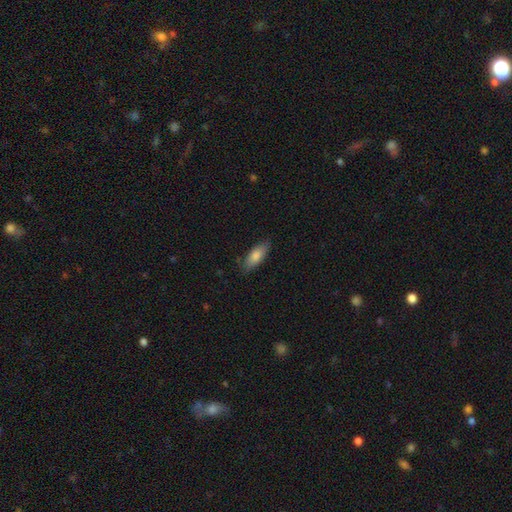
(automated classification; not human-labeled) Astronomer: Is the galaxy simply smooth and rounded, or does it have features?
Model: smooth — 81%.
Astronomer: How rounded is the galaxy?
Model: in between — 70%.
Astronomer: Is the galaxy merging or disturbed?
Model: none — 83%.